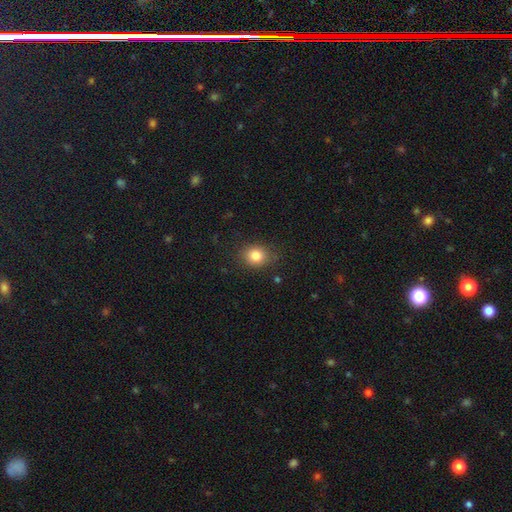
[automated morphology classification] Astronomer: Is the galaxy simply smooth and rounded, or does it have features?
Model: smooth — 83%.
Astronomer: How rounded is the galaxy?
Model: round — 72%.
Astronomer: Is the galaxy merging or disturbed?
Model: none — 83%.